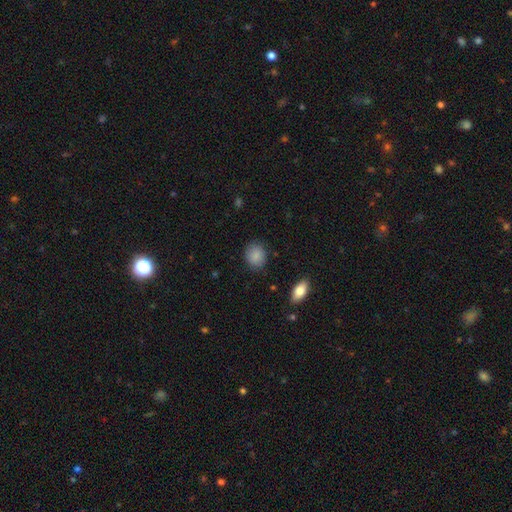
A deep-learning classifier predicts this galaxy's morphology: The model was most divided on "how rounded": round: 59%, in between: 40%, cigar-shaped: 1%. More confident: smooth or featured — smooth (88%); merging — none (85%).